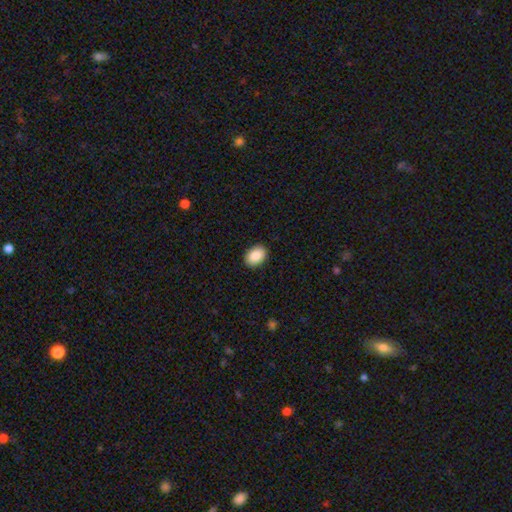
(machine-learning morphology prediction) This is clearly a smooth galaxy (90%). How rounded: clearly in between (84%). Merging: clearly none (90%).